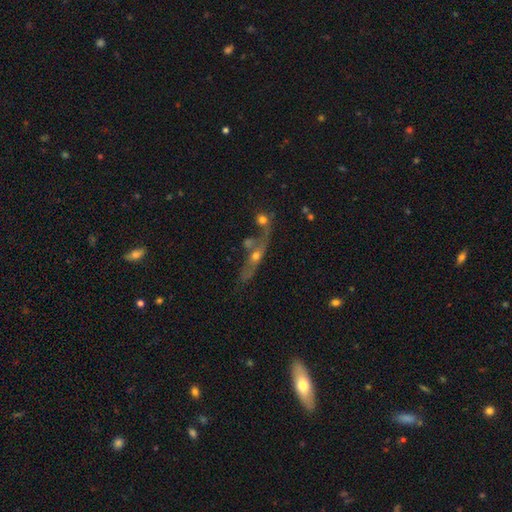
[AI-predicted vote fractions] This is possibly a featured or disk galaxy (59%). It is possibly viewed edge-on (55%). Merging: marginally merger (40%).